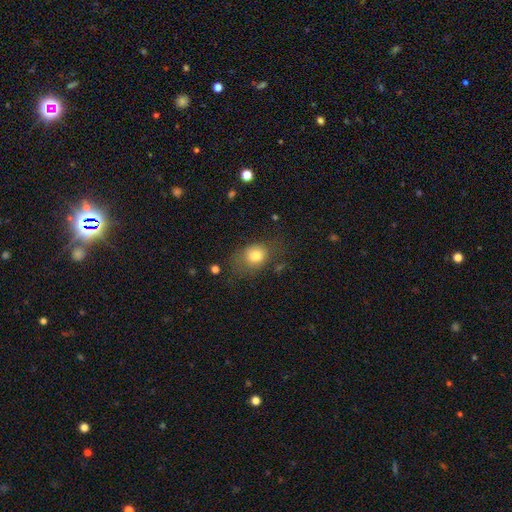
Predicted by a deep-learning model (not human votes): This is likely a smooth galaxy (78%). How rounded: possibly round (53%). Merging: possibly none (55%).